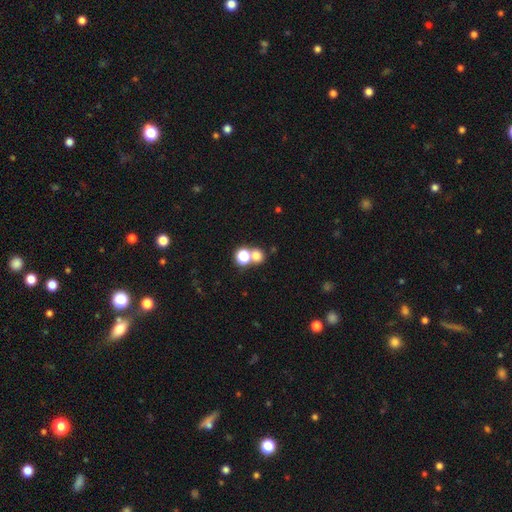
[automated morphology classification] Q: Smooth or featured?
A: smooth (71%); runner-up: star or artifact (20%)
Q: How rounded?
A: round (80%); runner-up: in between (18%)
Q: Merging?
A: none (49%); runner-up: merger (41%)